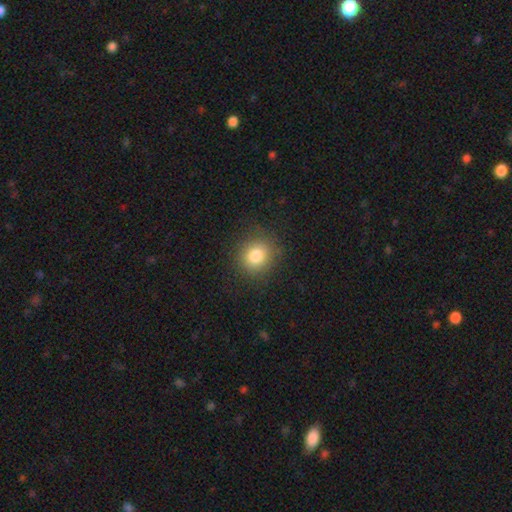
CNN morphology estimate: Smooth or featured? smooth (82%)
How rounded? round (84%)
Merging? none (86%)